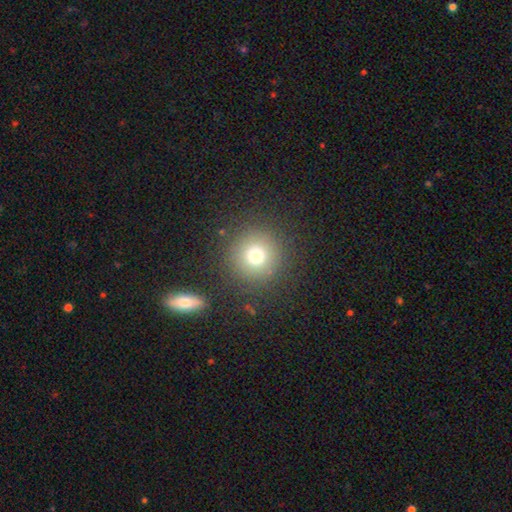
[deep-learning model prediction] smooth_or_featured: smooth (p=0.73) [alt: star or artifact p=0.17]
how_rounded: round (p=0.95) [alt: in between p=0.04]
merging: none (p=0.87) [alt: minor disturbance p=0.07]